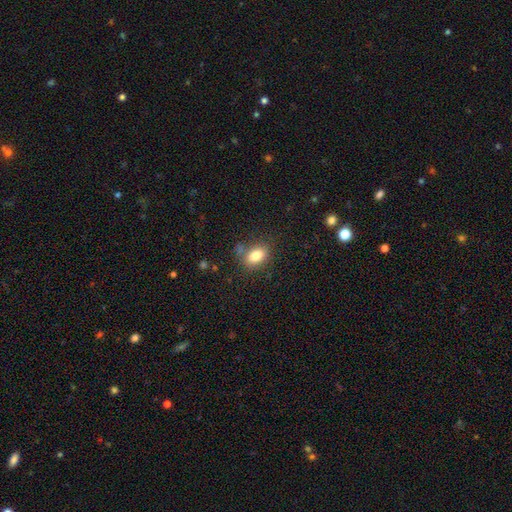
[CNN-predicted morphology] Smooth or featured? Predicted: smooth (p=0.82). How rounded? Predicted: in between (p=0.82). Merging? Predicted: none (p=0.74).